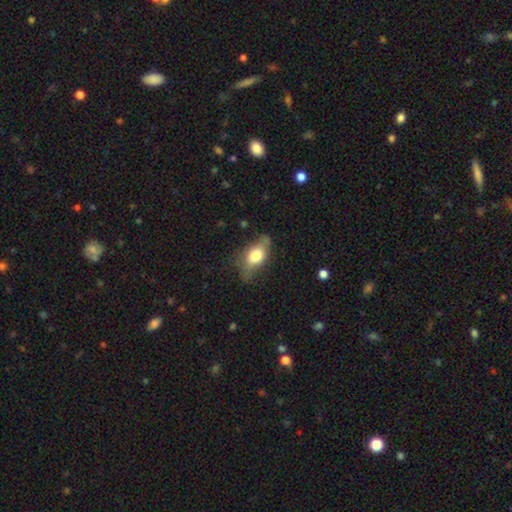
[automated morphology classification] Smooth or featured? Predicted: smooth (p=0.64). How rounded? Predicted: in between (p=0.81). Merging? Predicted: none (p=0.58).